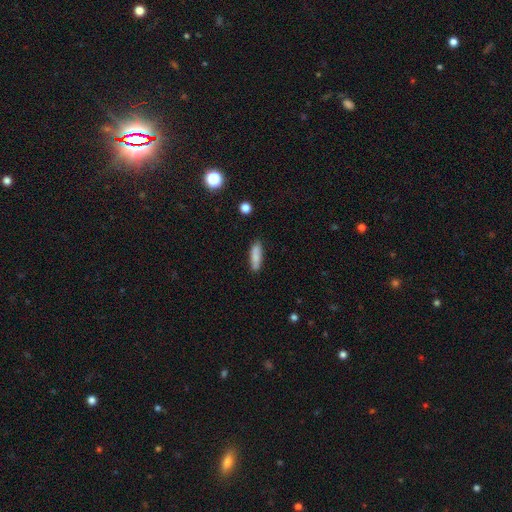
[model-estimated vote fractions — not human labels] smooth-or-featured: smooth: 84% | featured or disk: 9% | star or artifact: 7%
  how-rounded: cigar-shaped: 62% | in between: 36% | round: 2%
  merging: none: 84% | minor disturbance: 12% | major disturbance: 2% | merger: 2%